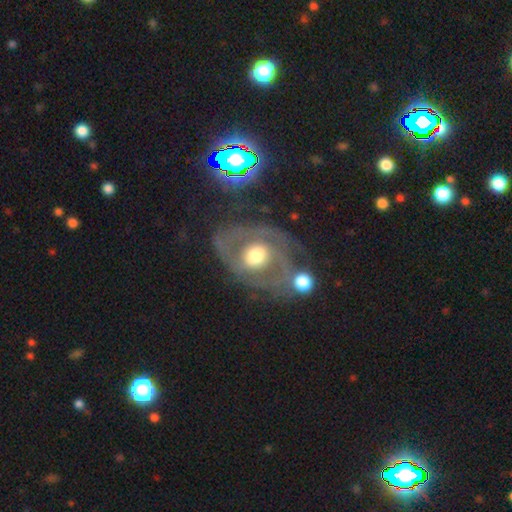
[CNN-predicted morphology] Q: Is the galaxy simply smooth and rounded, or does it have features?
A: featured or disk — 75%.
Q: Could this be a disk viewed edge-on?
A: no — 96%.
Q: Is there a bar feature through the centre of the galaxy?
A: no — 66%.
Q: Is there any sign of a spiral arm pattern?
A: yes — 70%.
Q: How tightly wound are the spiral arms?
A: tight — 40%.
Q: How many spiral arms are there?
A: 2 — 56%.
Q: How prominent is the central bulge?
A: moderate — 58%.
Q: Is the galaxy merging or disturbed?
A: none — 50%.